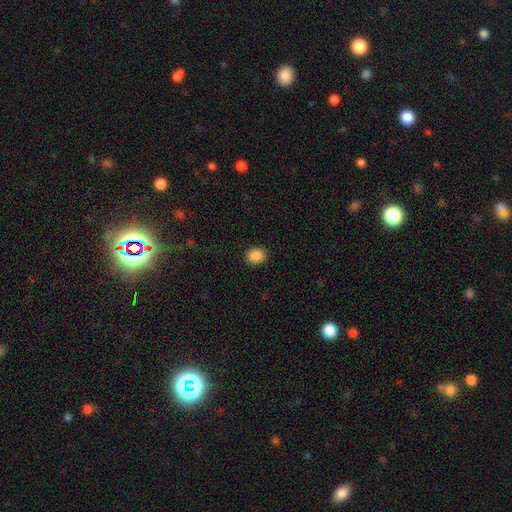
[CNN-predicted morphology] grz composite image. It shows a smooth galaxy with no disk features (88%) that is round (53%). Merging: none (89%).